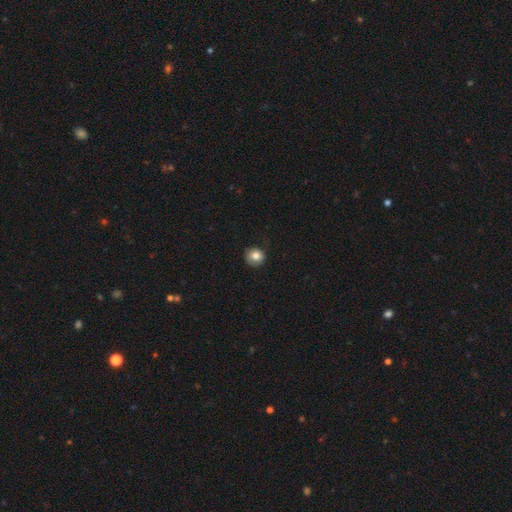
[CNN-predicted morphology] This is clearly a smooth galaxy (82%). How rounded: clearly round (87%). Merging: likely none (80%).